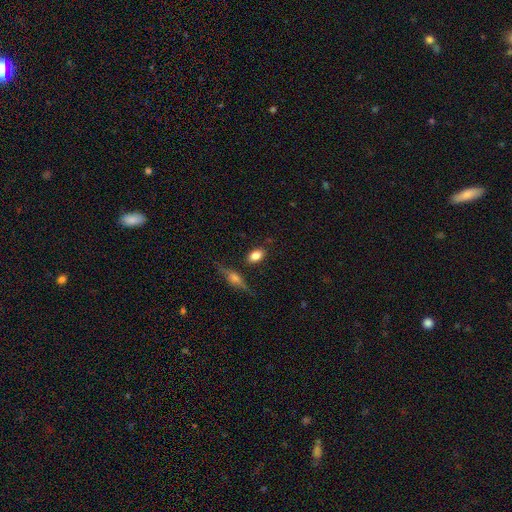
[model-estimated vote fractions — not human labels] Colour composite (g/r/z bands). It shows a smooth galaxy with no disk features (80%) that is in between round and cigar-shaped (83%). Merging: none (79%).